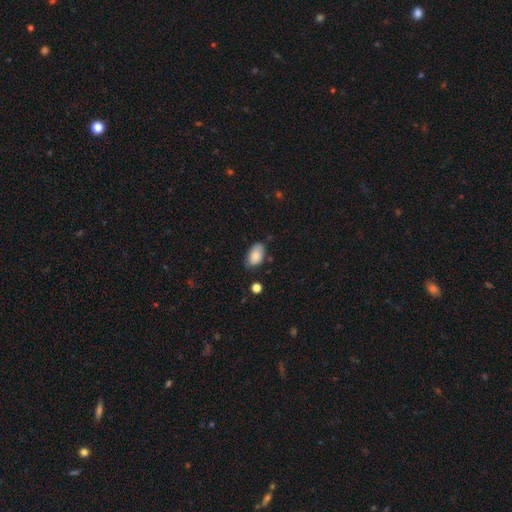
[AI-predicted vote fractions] This is clearly a smooth galaxy (85%). How rounded: clearly in between (92%). Merging: likely none (65%).